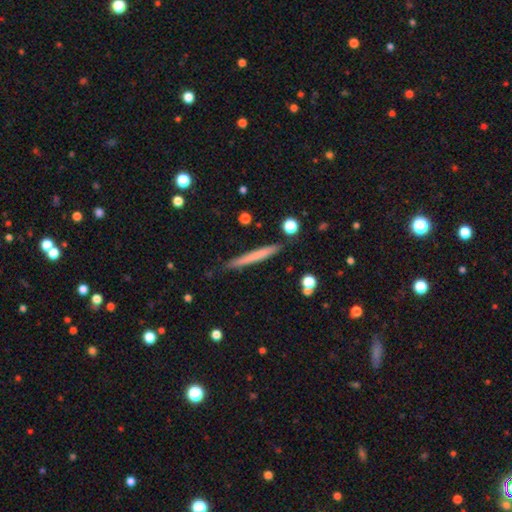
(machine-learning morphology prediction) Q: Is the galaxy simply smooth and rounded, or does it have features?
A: smooth — 63%.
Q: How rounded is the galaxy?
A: cigar-shaped — 96%.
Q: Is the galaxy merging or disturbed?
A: none — 88%.